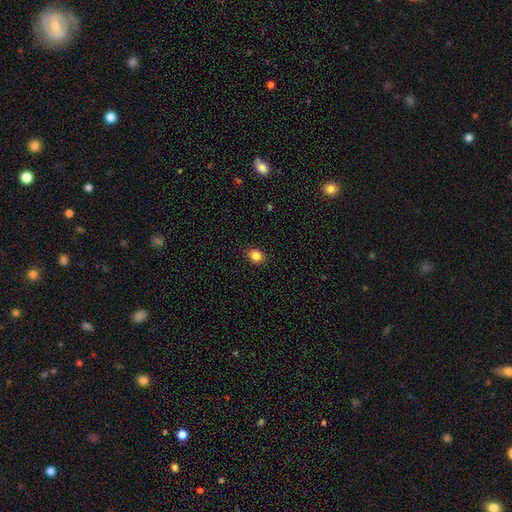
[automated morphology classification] A smooth galaxy with no disk features (85%) that is round (53%). Merging: none (90%).